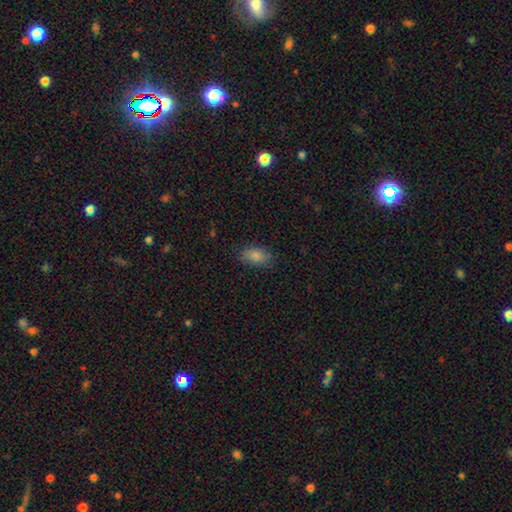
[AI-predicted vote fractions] Smooth or featured? Predicted: smooth (p=0.84). How rounded? Predicted: in between (p=0.91). Merging? Predicted: none (p=0.79).